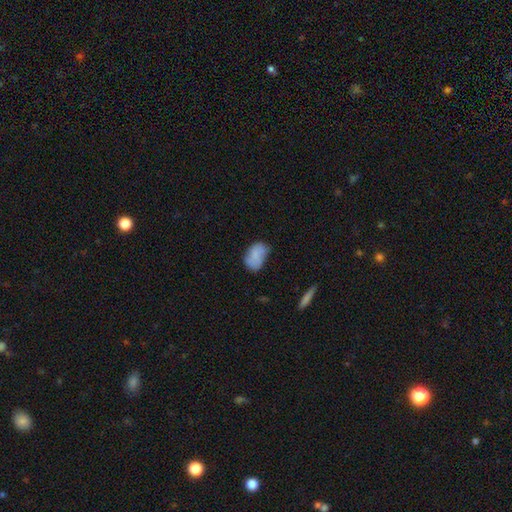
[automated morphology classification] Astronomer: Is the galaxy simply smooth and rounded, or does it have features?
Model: smooth — 77%.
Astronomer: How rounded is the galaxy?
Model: in between — 87%.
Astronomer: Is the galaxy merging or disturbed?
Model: none — 49% (runner-up: minor disturbance, 34%).